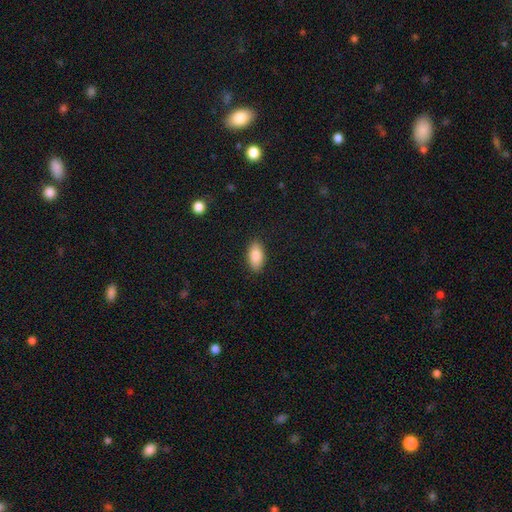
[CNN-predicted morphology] smooth_or_featured: smooth (p=0.89) [alt: star or artifact p=0.07]
how_rounded: in between (p=0.93) [alt: cigar-shaped p=0.04]
merging: none (p=0.88) [alt: minor disturbance p=0.09]